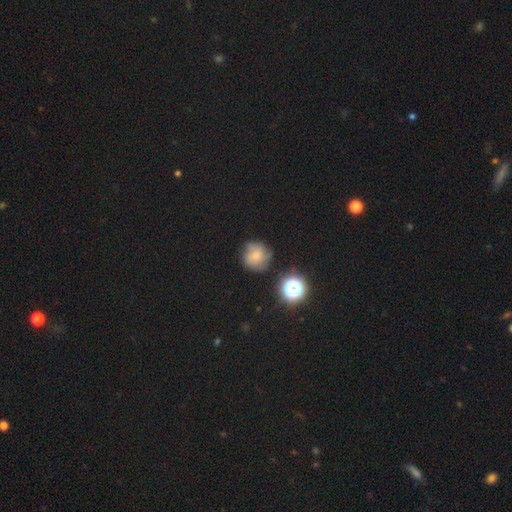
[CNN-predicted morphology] A smooth galaxy with no disk features (62%) that is round (90%).

Vote fractions:
- Smooth or featured? smooth: 62% / featured or disk: 20% / star or artifact: 17%
- How rounded? round: 90% / in between: 9% / cigar-shaped: 1%
- Merging? none: 69% / minor disturbance: 20% / major disturbance: 7% / merger: 4%